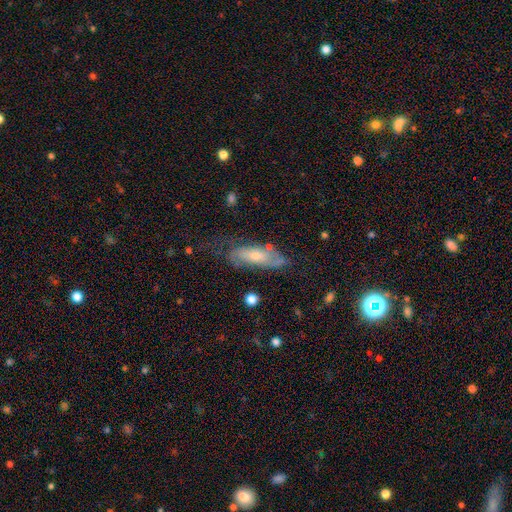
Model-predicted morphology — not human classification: smooth-or-featured: featured or disk: 54% | smooth: 38% | star or artifact: 8%
  disk-edge-on: no: 75% | yes: 25%
  merging: none: 50% | minor disturbance: 28% | major disturbance: 18% | merger: 3%